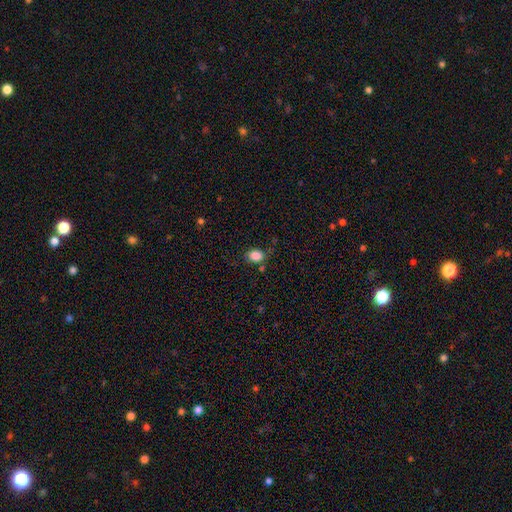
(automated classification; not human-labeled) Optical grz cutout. It shows a smooth galaxy with no disk features (86%) that is in between round and cigar-shaped (63%). Merging: none (74%).